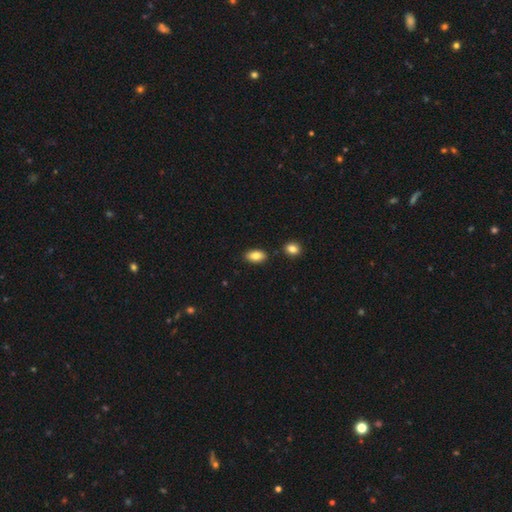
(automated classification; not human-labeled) Overall: smooth (85%). How rounded: in between (92%). Merging: none (85%).